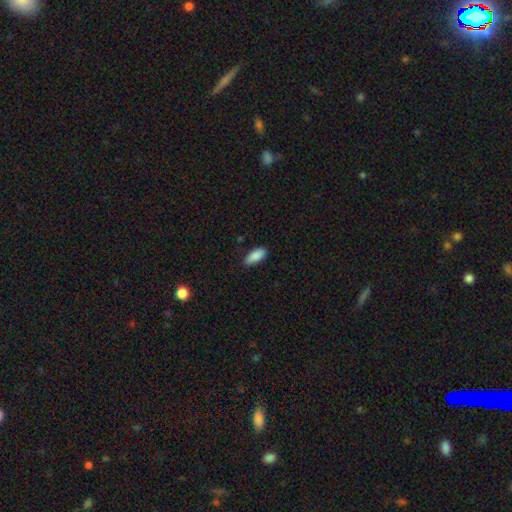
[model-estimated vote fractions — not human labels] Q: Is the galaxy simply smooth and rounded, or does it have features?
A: smooth — 89%.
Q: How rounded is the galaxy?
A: in between — 87%.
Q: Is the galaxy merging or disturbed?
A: none — 81%.